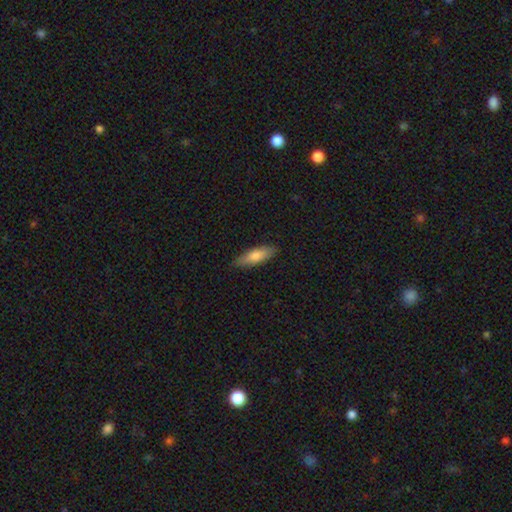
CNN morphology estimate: Smooth or featured: smooth — 73% (featured or disk — 21%)
How rounded: cigar-shaped — 50% (in between — 48%)
Merging: none — 88% (minor disturbance — 9%)